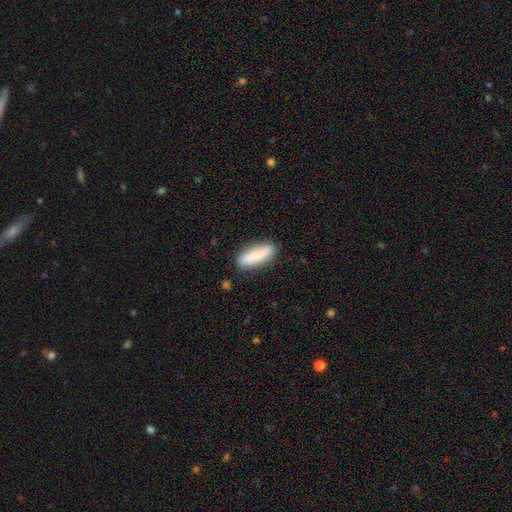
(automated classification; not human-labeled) A smooth galaxy with no disk features (79%) that is cigar-shaped (66%). Merging: none (84%).